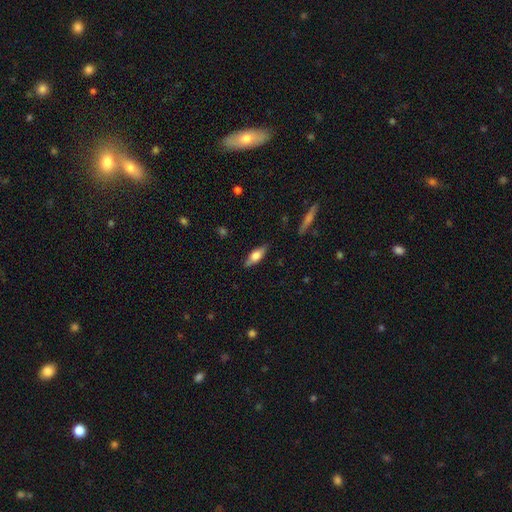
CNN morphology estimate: The model was most divided on "smooth or featured": smooth: 60%, featured or disk: 33%, star or artifact: 6%. More confident: merging — none (84%); how rounded — in between (66%).